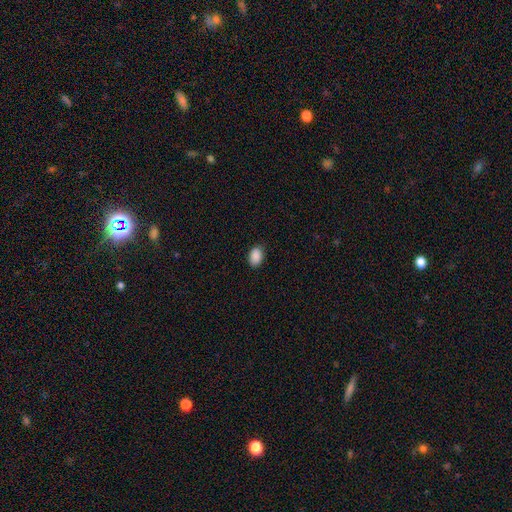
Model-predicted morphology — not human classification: A smooth galaxy with no disk features (90%) that is in between round and cigar-shaped (86%).

Vote fractions:
- Smooth or featured? smooth: 90% / star or artifact: 8% / featured or disk: 3%
- How rounded? in between: 86% / round: 13% / cigar-shaped: 1%
- Merging? none: 83% / minor disturbance: 14% / major disturbance: 2% / merger: 1%